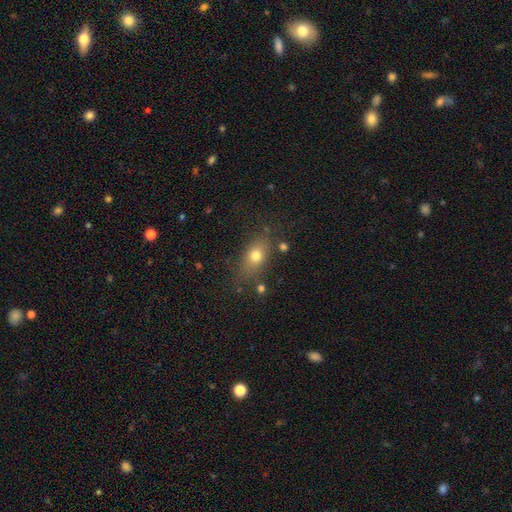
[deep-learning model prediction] Smooth or featured? Predicted: smooth (p=0.72). How rounded? Predicted: in between (p=0.70). Merging? Predicted: none (p=0.73).